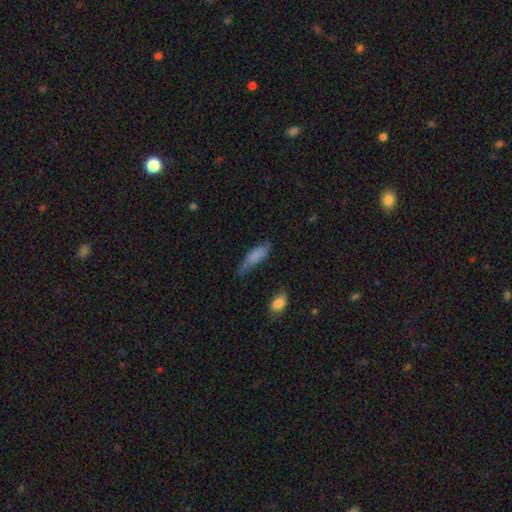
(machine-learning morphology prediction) Smooth or featured? smooth (76%)
How rounded? in between (61%)
Merging? minor disturbance (38%)